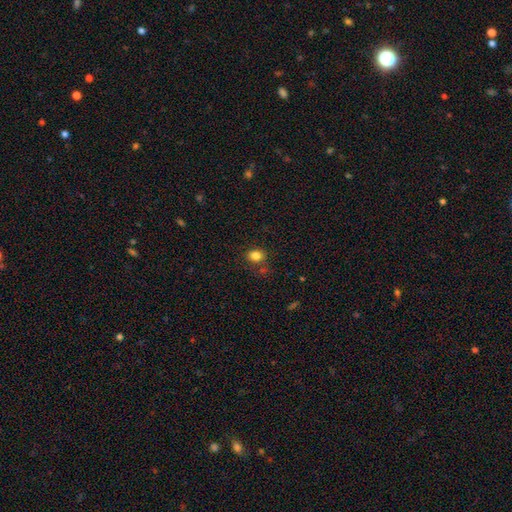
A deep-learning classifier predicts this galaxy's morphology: smooth 83%, star or artifact 12%, featured or disk 6%. Down the decision tree: how rounded — in between (53%); merging — none (74%).